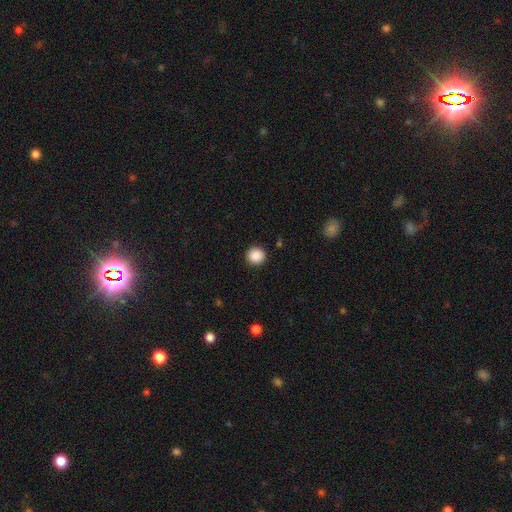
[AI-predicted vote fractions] Smooth or featured: smooth — 88% (star or artifact — 9%)
How rounded: round — 93% (in between — 6%)
Merging: none — 91% (minor disturbance — 6%)